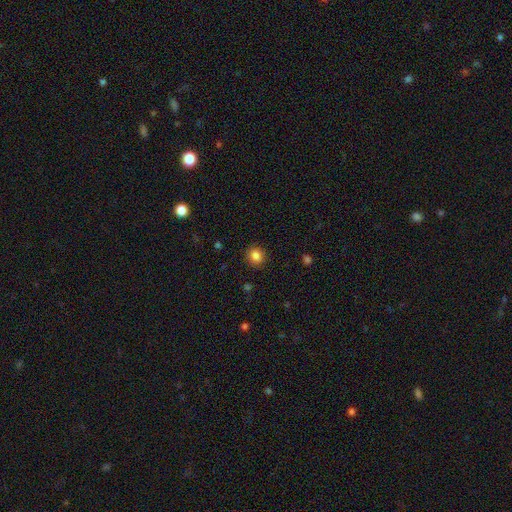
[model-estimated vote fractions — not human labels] Overall: smooth (85%). How rounded: round (81%). Merging: none (88%).